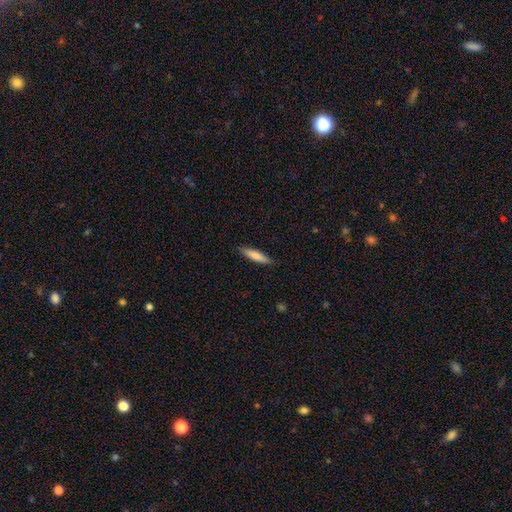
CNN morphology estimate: This appears to be a smooth galaxy with no disk features (79%) that is cigar-shaped (79%). Merging: none (88%).